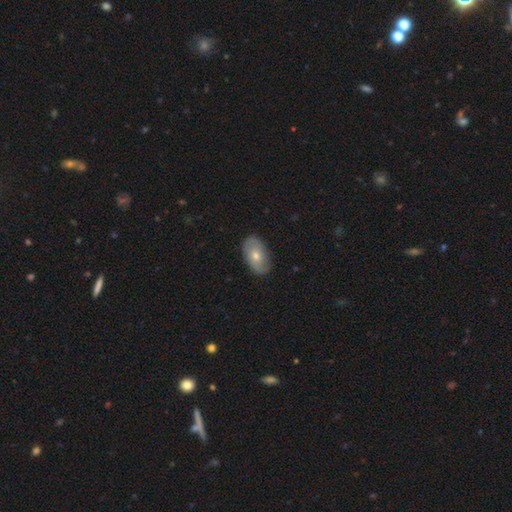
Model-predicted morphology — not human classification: This appears to be a smooth galaxy with no disk features (57%) that is in between round and cigar-shaped (92%). Merging: none (85%).